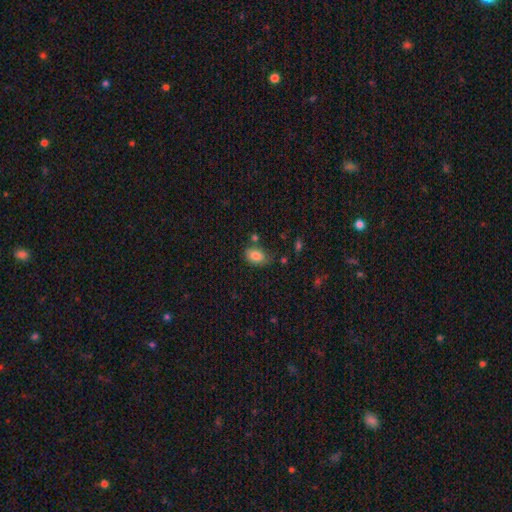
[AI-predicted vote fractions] Overall: smooth (84%). How rounded: in between (85%). Merging: none (65%).